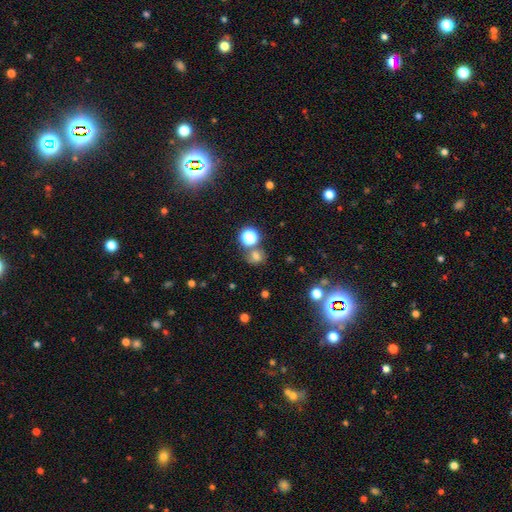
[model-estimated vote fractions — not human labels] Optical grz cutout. It shows a smooth galaxy with no disk features (63%) that is round (75%). Merging: none (62%).